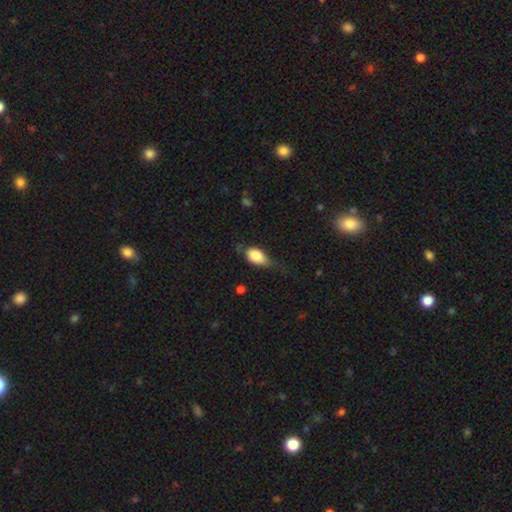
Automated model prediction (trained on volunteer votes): Smooth or featured? smooth (78%)
How rounded? in between (86%)
Merging? minor disturbance (39%)